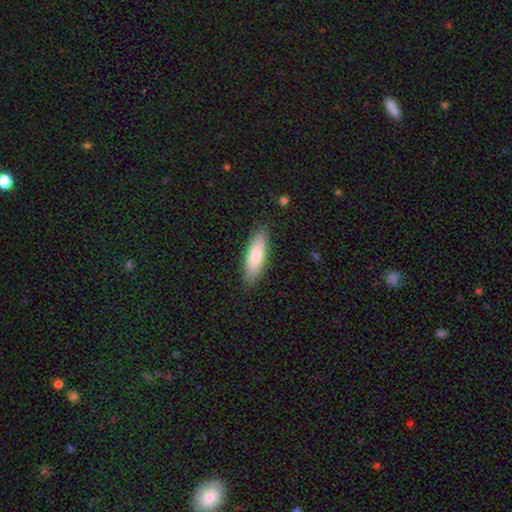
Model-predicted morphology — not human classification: smooth_or_featured: smooth (p=0.81) [alt: featured or disk p=0.14]
how_rounded: cigar-shaped (p=0.54) [alt: in between p=0.44]
merging: none (p=0.87) [alt: minor disturbance p=0.09]